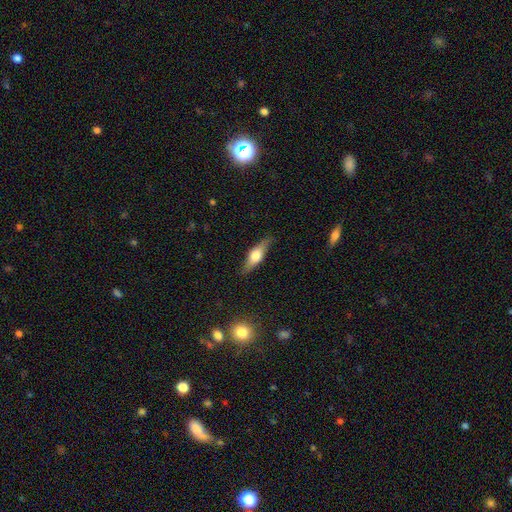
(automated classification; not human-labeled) Q: Smooth or featured?
A: featured or disk (53%); runner-up: smooth (40%)
Q: Edge-on disk?
A: yes (91%); runner-up: no (9%)
Q: Merging?
A: none (84%); runner-up: minor disturbance (12%)